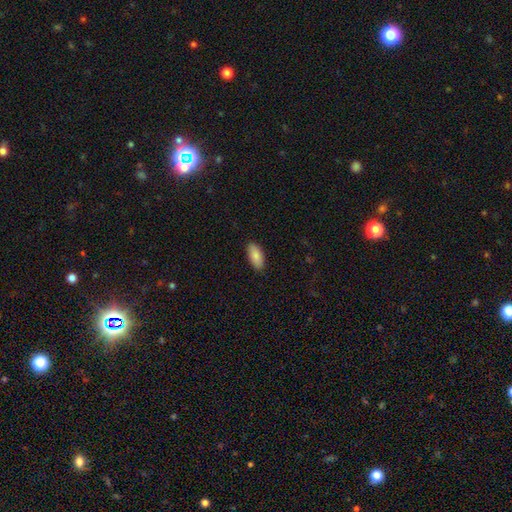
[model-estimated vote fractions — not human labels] Smooth or featured?
  - smooth: 87% *
  - featured or disk: 7%
  - star or artifact: 6%
How rounded?
  - in between: 91% *
  - cigar-shaped: 7%
  - round: 2%
Merging?
  - none: 88% *
  - minor disturbance: 9%
  - major disturbance: 2%
  - merger: 1%